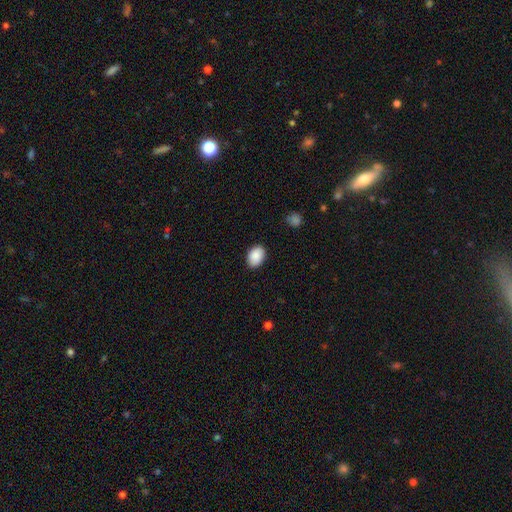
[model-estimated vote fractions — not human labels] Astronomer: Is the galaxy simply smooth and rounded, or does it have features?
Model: smooth — 89%.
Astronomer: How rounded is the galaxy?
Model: in between — 78%.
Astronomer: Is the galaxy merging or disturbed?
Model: none — 87%.